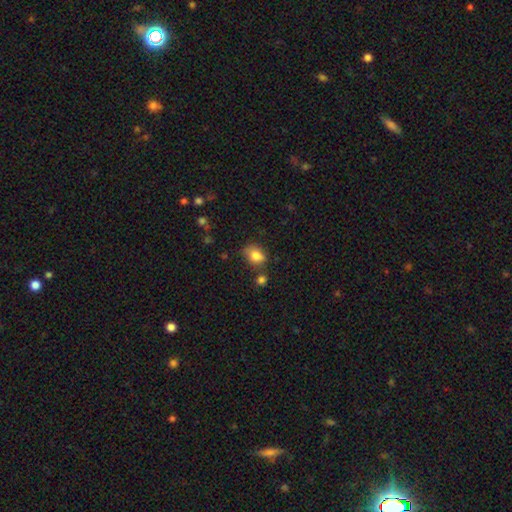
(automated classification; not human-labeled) Q: Smooth or featured?
A: smooth (81%); runner-up: star or artifact (10%)
Q: How rounded?
A: in between (66%); runner-up: round (33%)
Q: Merging?
A: none (60%); runner-up: minor disturbance (25%)